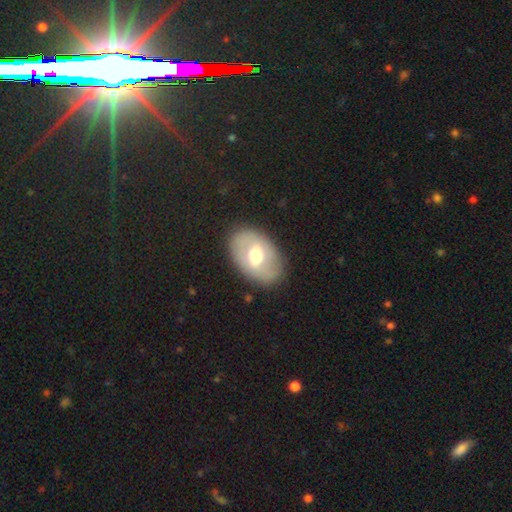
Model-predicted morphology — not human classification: Q: Smooth or featured?
A: smooth (48%); runner-up: featured or disk (45%)
Q: Merging?
A: none (83%); runner-up: minor disturbance (11%)